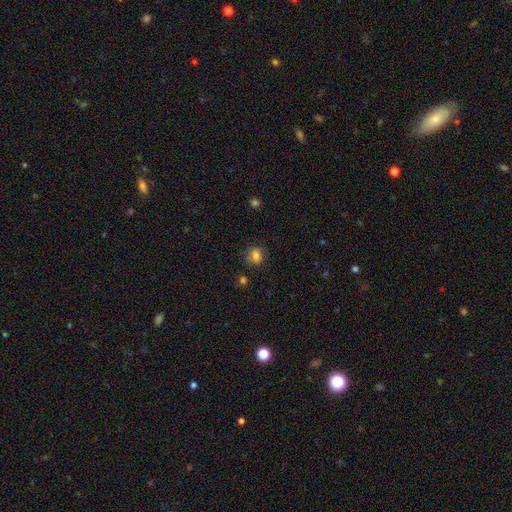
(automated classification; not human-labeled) Q: Smooth or featured?
A: smooth (77%); runner-up: star or artifact (12%)
Q: How rounded?
A: round (66%); runner-up: in between (33%)
Q: Merging?
A: none (79%); runner-up: minor disturbance (15%)